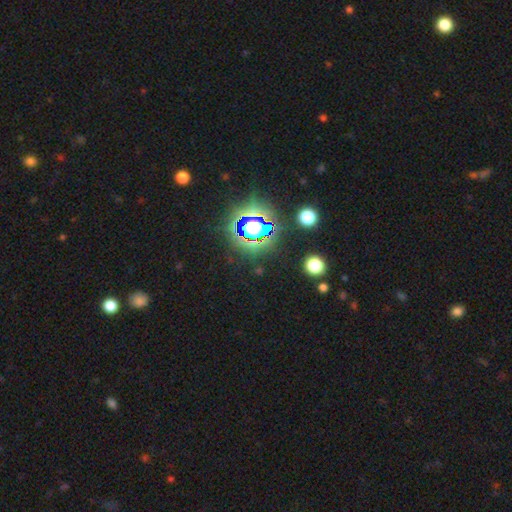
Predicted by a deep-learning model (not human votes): Q: Smooth or featured?
A: star or artifact (78%); runner-up: smooth (15%)